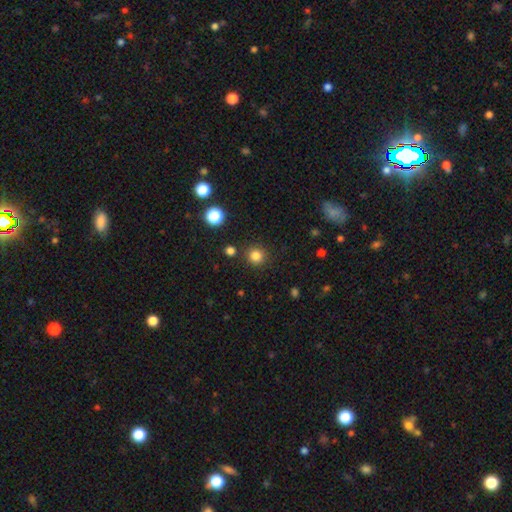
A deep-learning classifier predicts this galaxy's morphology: smooth-or-featured: smooth: 82% | star or artifact: 14% | featured or disk: 4%
  how-rounded: round: 94% | in between: 5% | cigar-shaped: 1%
  merging: none: 88% | minor disturbance: 6% | merger: 3% | major disturbance: 3%